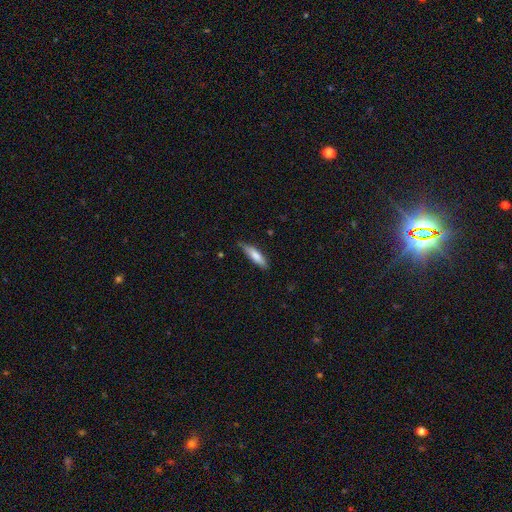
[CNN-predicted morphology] Smooth or featured? smooth (78%)
How rounded? cigar-shaped (68%)
Merging? none (72%)